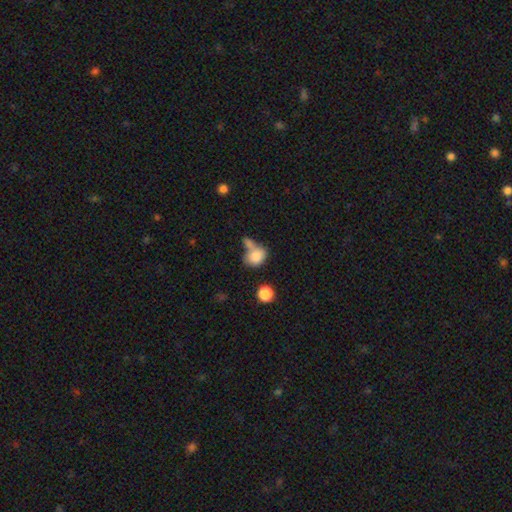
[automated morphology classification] type=smooth (82%); roundness=in between (58%); merging=merger (46%).